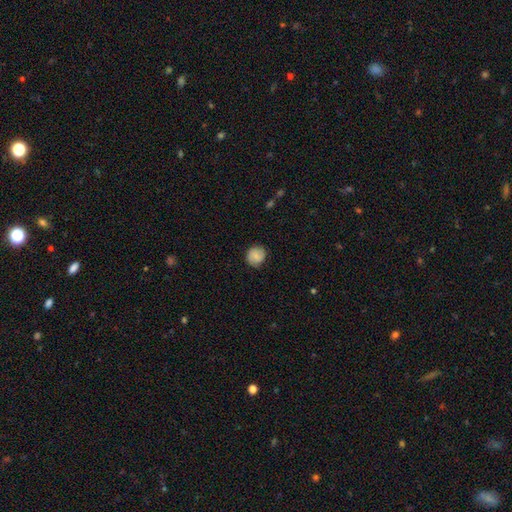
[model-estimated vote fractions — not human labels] smooth_or_featured: smooth (p=0.73) [alt: featured or disk p=0.19]
how_rounded: round (p=0.87) [alt: in between p=0.12]
merging: none (p=0.83) [alt: minor disturbance p=0.13]